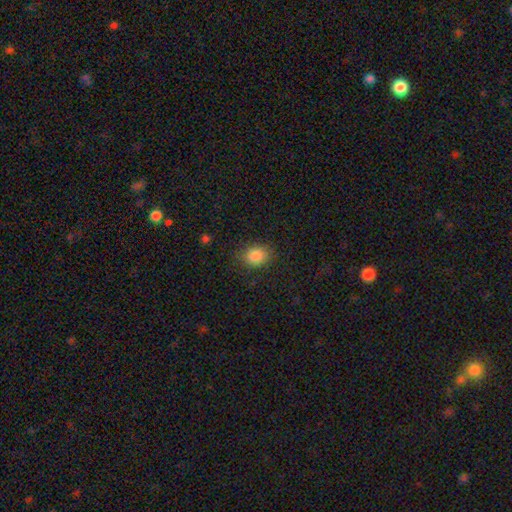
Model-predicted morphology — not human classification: Smooth or featured: smooth — 86% (star or artifact — 10%)
How rounded: in between — 56% (round — 43%)
Merging: none — 84% (minor disturbance — 11%)